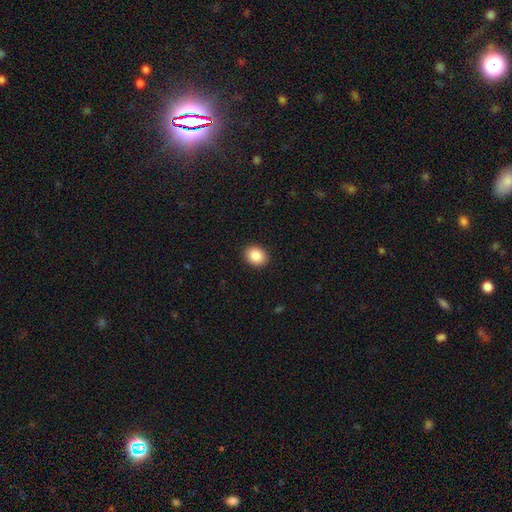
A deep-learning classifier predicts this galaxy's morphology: The model was most divided on "how rounded": round: 54%, in between: 45%, cigar-shaped: 1%. More confident: merging — none (91%); smooth or featured — smooth (87%).